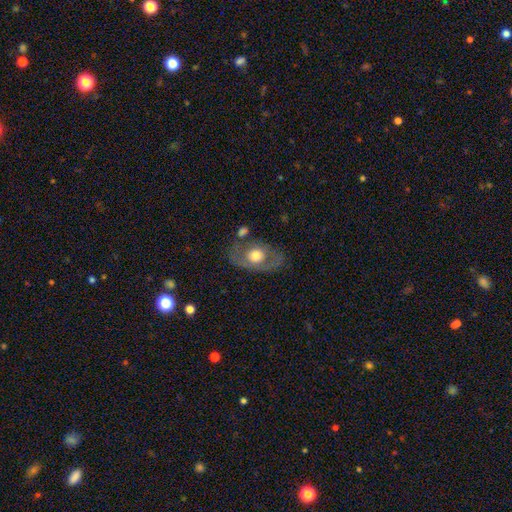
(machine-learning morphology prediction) smooth_or_featured: smooth (p=0.47) [alt: featured or disk p=0.46]
merging: none (p=0.65) [alt: minor disturbance p=0.18]